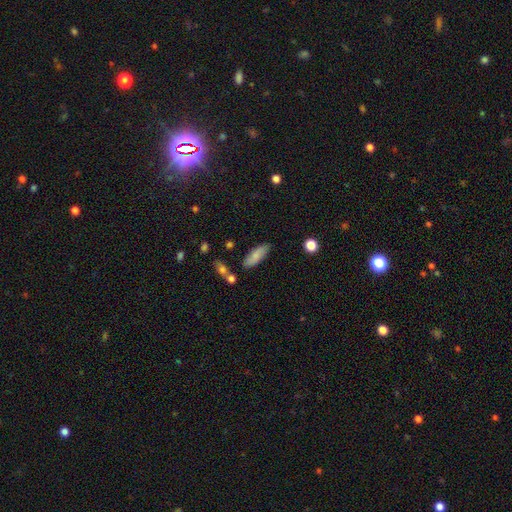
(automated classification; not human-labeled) Overall: smooth (79%). How rounded: in between (63%; cigar-shaped 35%). Merging: none (79%).